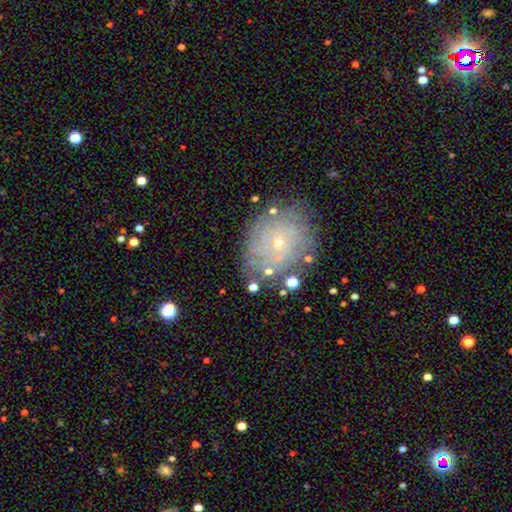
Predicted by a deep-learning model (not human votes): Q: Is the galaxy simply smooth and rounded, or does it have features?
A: featured or disk — 53%.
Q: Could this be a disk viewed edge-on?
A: no — 95%.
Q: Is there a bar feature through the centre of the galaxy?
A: no — 82%.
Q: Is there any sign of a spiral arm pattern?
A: yes — 75%.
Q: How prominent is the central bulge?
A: small — 83%.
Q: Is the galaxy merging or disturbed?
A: none — 79%.